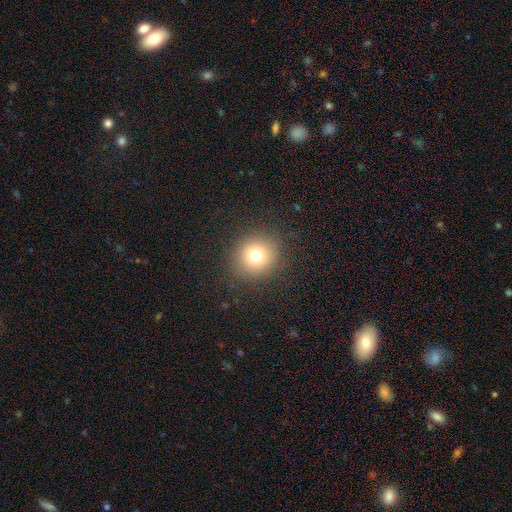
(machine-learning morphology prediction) The model was most divided on "smooth or featured": smooth: 73%, star or artifact: 16%, featured or disk: 11%. More confident: how rounded — round (89%); merging — none (88%).